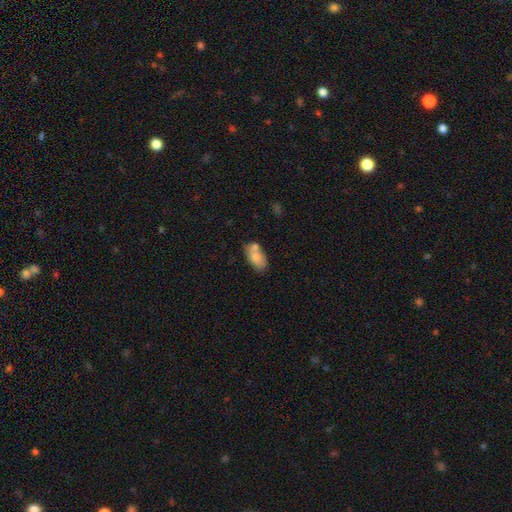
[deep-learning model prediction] This is likely a smooth galaxy (79%). How rounded: clearly in between (92%). Merging: possibly none (56%).